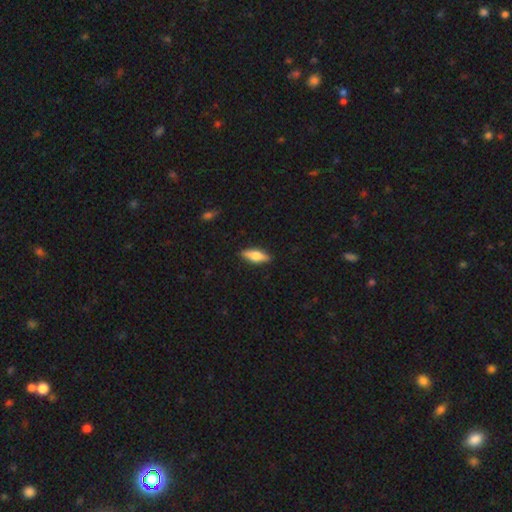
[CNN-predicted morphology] A smooth galaxy with no disk features (57%) that is in between round and cigar-shaped (56%).

Vote fractions:
- Smooth or featured? smooth: 57% / featured or disk: 38% / star or artifact: 6%
- How rounded? in between: 56% / cigar-shaped: 42% / round: 3%
- Merging? none: 89% / minor disturbance: 8% / major disturbance: 2% / merger: 1%